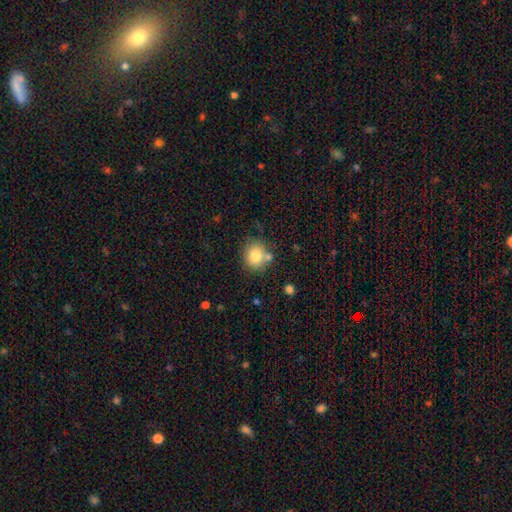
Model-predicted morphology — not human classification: smooth-or-featured: smooth: 80% | star or artifact: 10% | featured or disk: 10%
  how-rounded: round: 80% | in between: 19% | cigar-shaped: 1%
  merging: none: 70% | merger: 13% | minor disturbance: 13% | major disturbance: 4%